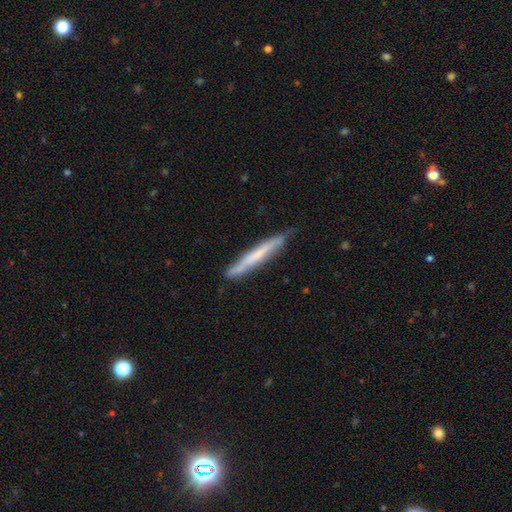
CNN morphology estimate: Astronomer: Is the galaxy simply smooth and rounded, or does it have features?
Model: smooth — 49% (runner-up: featured or disk, 45%).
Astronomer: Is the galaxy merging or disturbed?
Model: none — 78%.